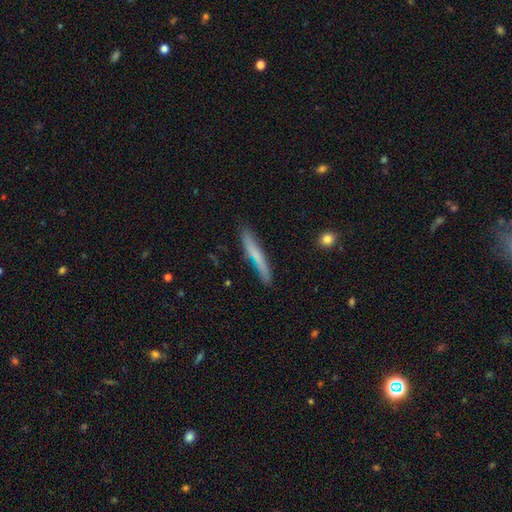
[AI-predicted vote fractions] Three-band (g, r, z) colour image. It shows a smooth galaxy with no disk features (60%) that is cigar-shaped (95%). Merging: none (80%).